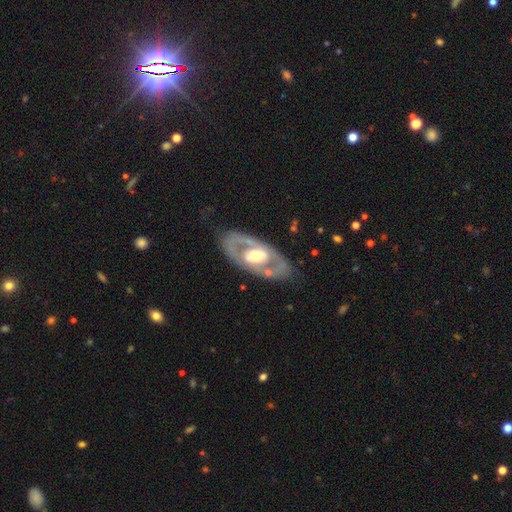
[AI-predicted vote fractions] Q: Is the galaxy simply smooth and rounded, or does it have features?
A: featured or disk — 73%.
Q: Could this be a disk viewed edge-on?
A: no — 91%.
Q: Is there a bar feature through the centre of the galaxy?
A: no — 48%.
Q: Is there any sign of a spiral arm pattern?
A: no — 65%.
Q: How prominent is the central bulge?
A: moderate — 61%.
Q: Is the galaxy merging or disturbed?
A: none — 73%.